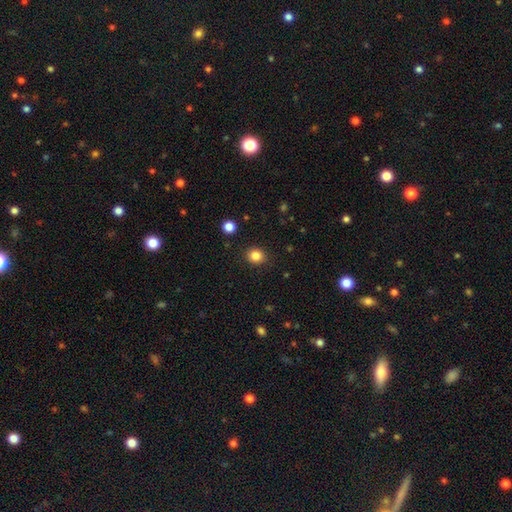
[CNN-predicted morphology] smooth-or-featured: smooth: 84% | star or artifact: 11% | featured or disk: 4%
  how-rounded: round: 80% | in between: 19% | cigar-shaped: 1%
  merging: none: 90% | minor disturbance: 6% | major disturbance: 2% | merger: 1%